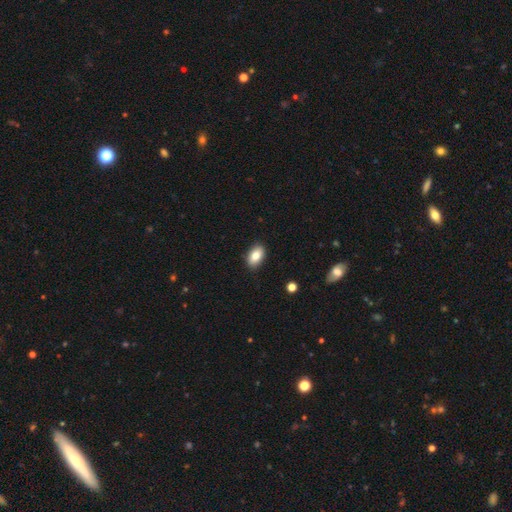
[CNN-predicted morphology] This appears to be a smooth galaxy with no disk features (83%) that is in between round and cigar-shaped (91%). Merging: none (88%).